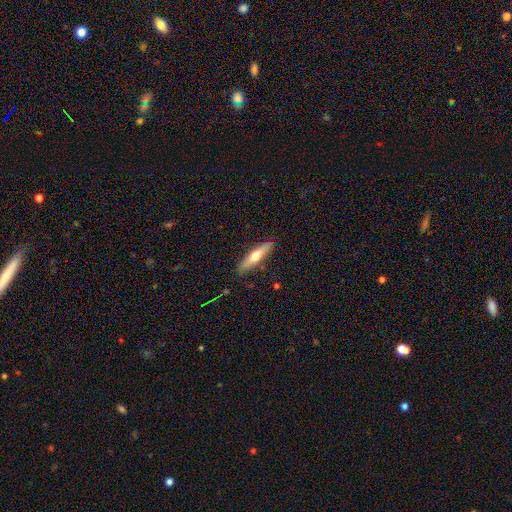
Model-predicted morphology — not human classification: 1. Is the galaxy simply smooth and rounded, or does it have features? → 52% smooth, 42% featured or disk, 6% star or artifact.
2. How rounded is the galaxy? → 81% cigar-shaped, 17% in between, 2% round.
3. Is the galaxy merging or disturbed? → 86% none, 10% minor disturbance, 2% major disturbance, 1% merger.